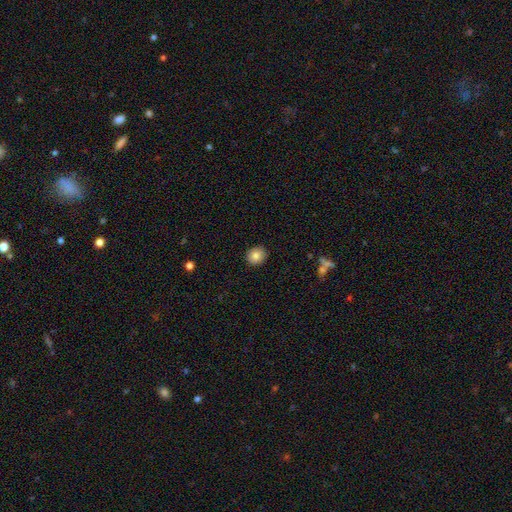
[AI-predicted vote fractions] This is clearly a smooth galaxy (82%). How rounded: likely round (77%). Merging: clearly none (90%).